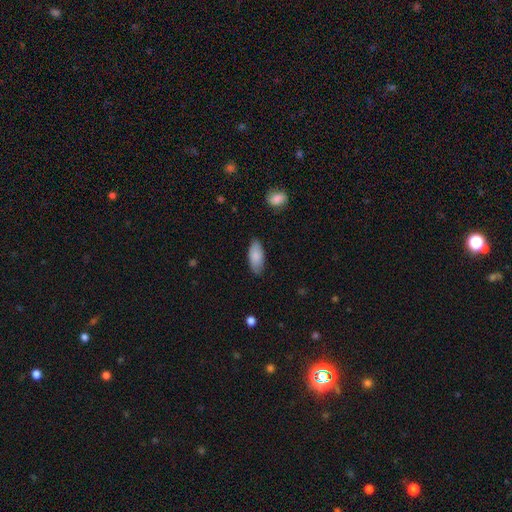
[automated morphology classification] smooth_or_featured: smooth (p=0.85) [alt: featured or disk p=0.09]
how_rounded: in between (p=0.88) [alt: cigar-shaped p=0.10]
merging: none (p=0.82) [alt: minor disturbance p=0.14]